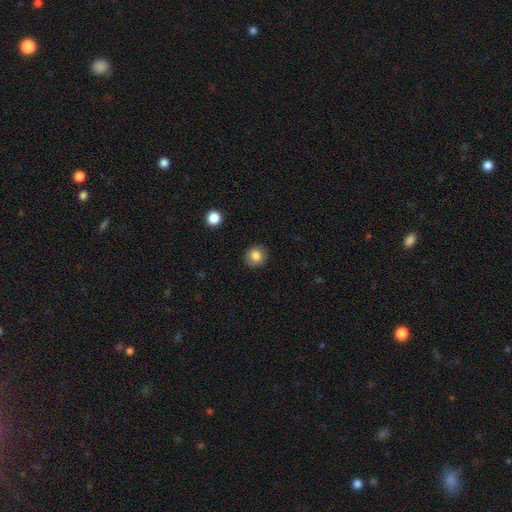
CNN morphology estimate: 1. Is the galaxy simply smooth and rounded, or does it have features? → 83% smooth, 10% star or artifact, 8% featured or disk.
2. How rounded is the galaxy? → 86% round, 13% in between, 1% cigar-shaped.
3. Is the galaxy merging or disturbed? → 89% none, 7% minor disturbance, 2% major disturbance, 1% merger.